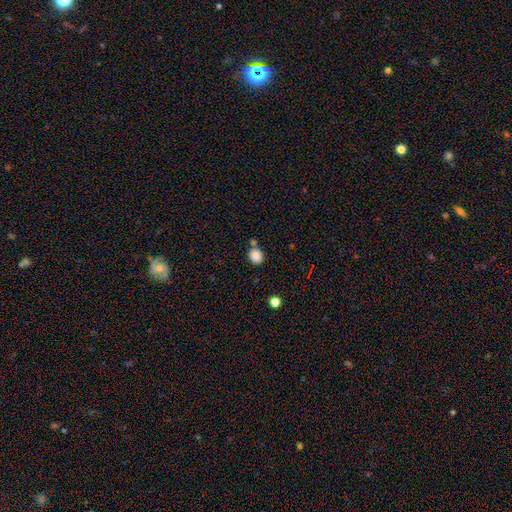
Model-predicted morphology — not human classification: type=smooth (84%); roundness=round (69%); merging=none (72%).